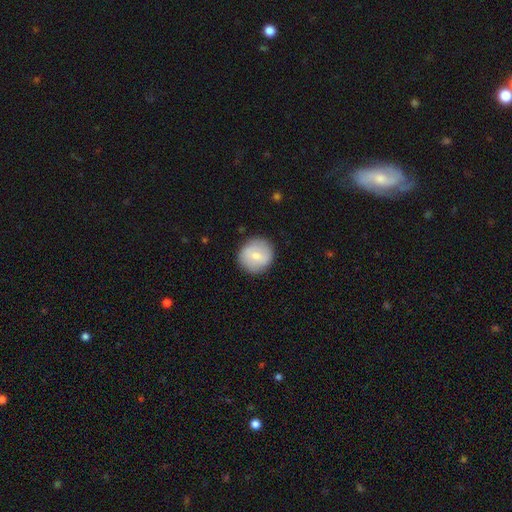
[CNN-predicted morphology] type=smooth (71%); roundness=round (93%); merging=none (88%).